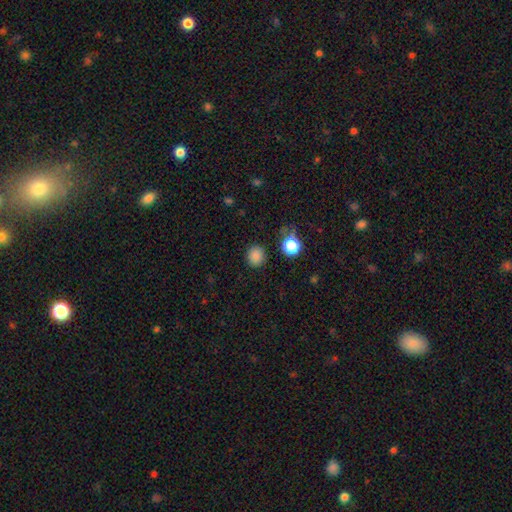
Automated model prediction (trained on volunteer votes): The model was most divided on "smooth or featured": smooth: 84%, star or artifact: 13%, featured or disk: 4%. More confident: merging — none (87%); how rounded — round (85%).